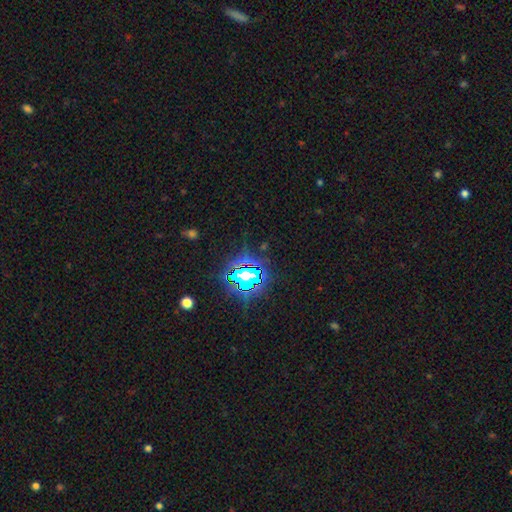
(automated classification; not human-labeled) A star or artifact, not a galaxy (82%).